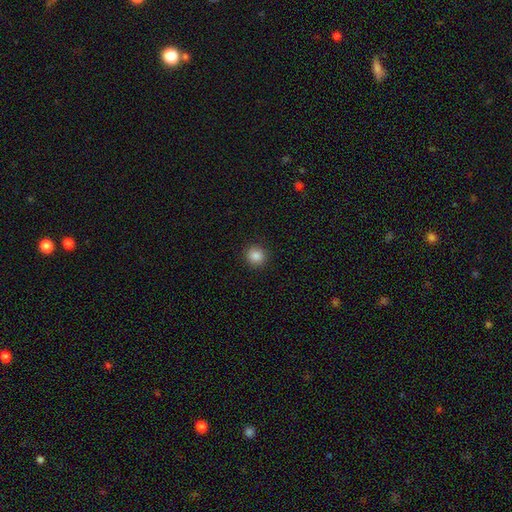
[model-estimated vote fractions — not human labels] smooth-or-featured: smooth: 87% | star or artifact: 10% | featured or disk: 3%
  how-rounded: round: 91% | in between: 8% | cigar-shaped: 1%
  merging: none: 92% | minor disturbance: 5% | major disturbance: 2% | merger: 1%